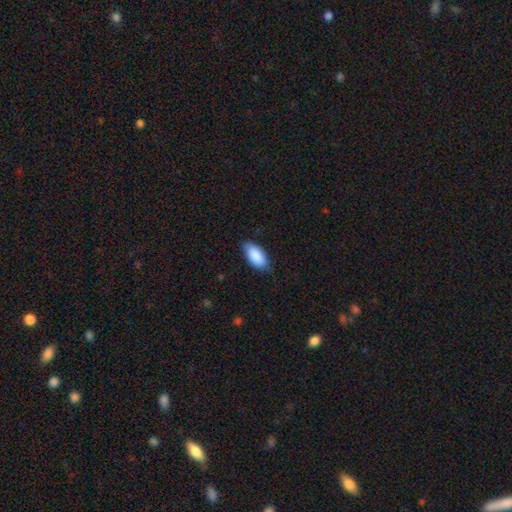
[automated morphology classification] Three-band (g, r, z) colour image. It shows a smooth galaxy with no disk features (89%) that is in between round and cigar-shaped (94%). Merging: none (78%).